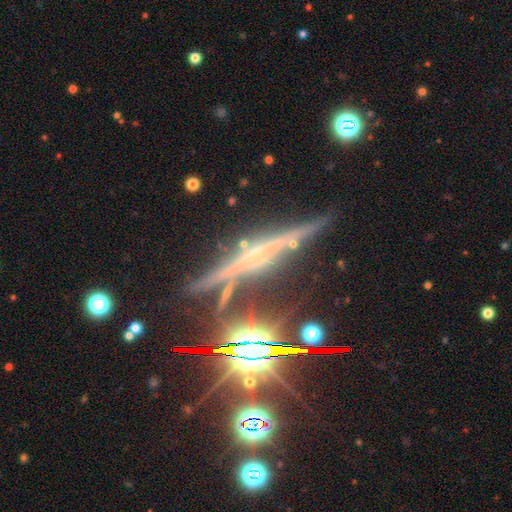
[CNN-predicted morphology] This appears to be a featured or disk galaxy (67%) viewed edge-on (96%) with a rounded central bulge (46%). Merging: none (81%).